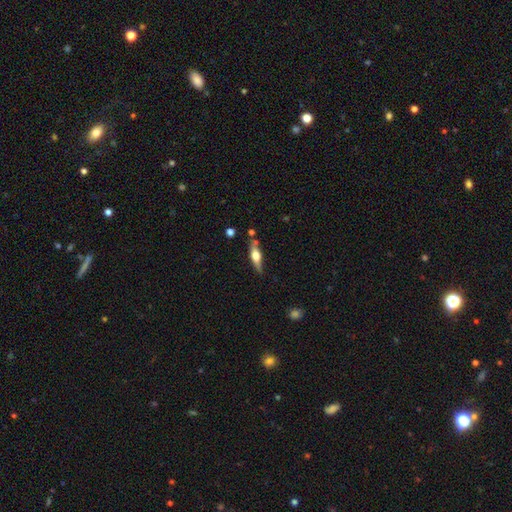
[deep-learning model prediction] Smooth or featured? Predicted: featured or disk (p=0.54). Edge-on disk? Predicted: yes (p=0.92). Edge-on bulge? Predicted: rounded (p=0.92). Merging? Predicted: none (p=0.73).